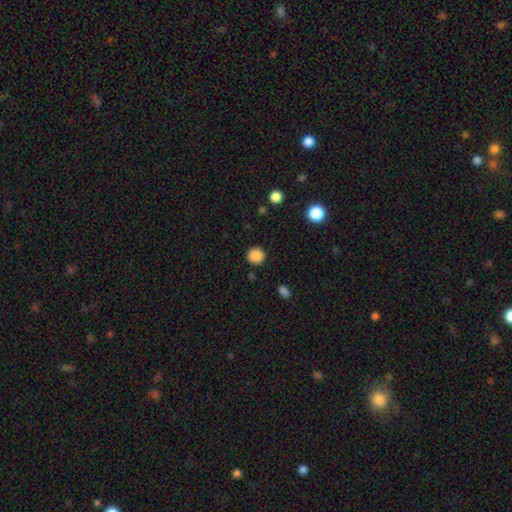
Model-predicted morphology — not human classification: smooth_or_featured: smooth (p=0.87) [alt: star or artifact p=0.10]
how_rounded: round (p=0.94) [alt: in between p=0.05]
merging: none (p=0.90) [alt: minor disturbance p=0.07]